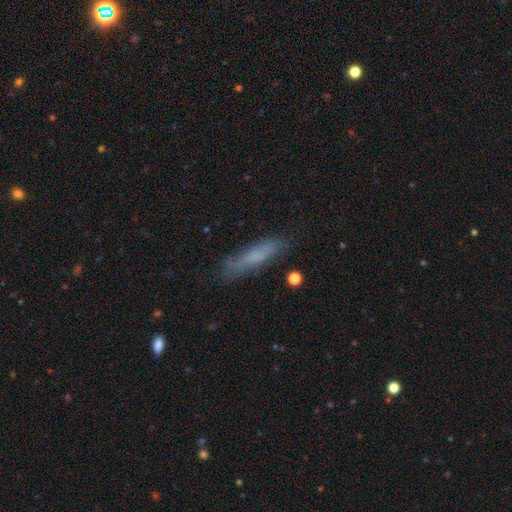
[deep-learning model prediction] Morphology: type=smooth (63%); roundness=cigar-shaped (79%); merging=none (77%).